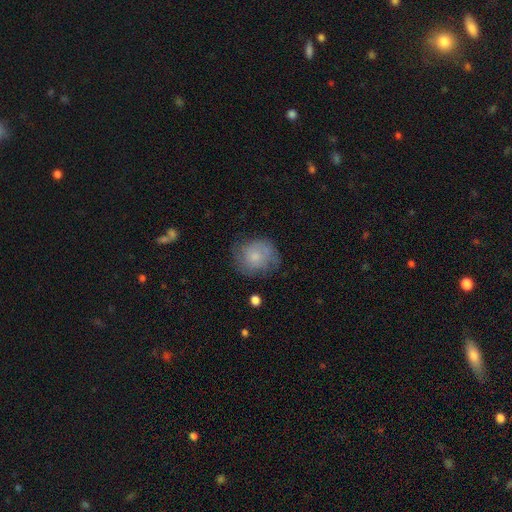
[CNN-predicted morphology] Smooth or featured?
  - smooth: 61% *
  - featured or disk: 31%
  - star or artifact: 8%
How rounded?
  - round: 78% *
  - in between: 21%
  - cigar-shaped: 1%
Merging?
  - none: 60% *
  - minor disturbance: 27%
  - major disturbance: 11%
  - merger: 2%